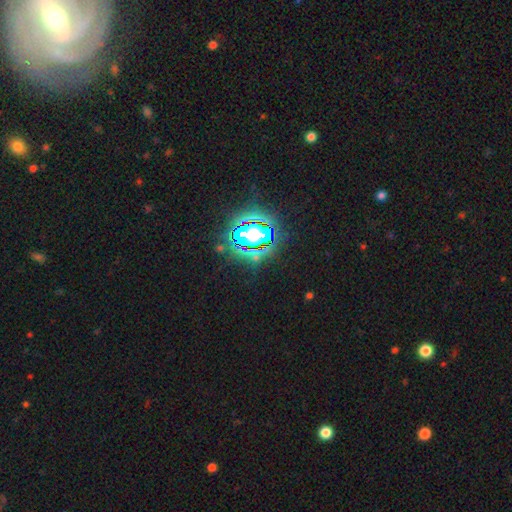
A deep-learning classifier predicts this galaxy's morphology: Overall: star or artifact (74%).